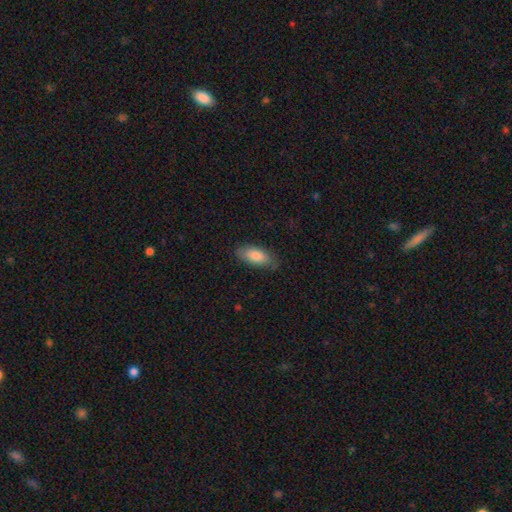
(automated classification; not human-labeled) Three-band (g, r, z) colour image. It shows a smooth galaxy with no disk features (82%) that is in between round and cigar-shaped (87%). Merging: none (77%).